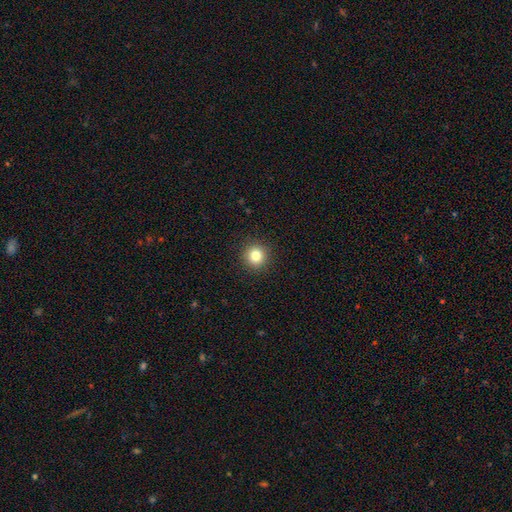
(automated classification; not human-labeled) This appears to be a smooth galaxy with no disk features (82%) that is round (93%). Merging: none (92%).